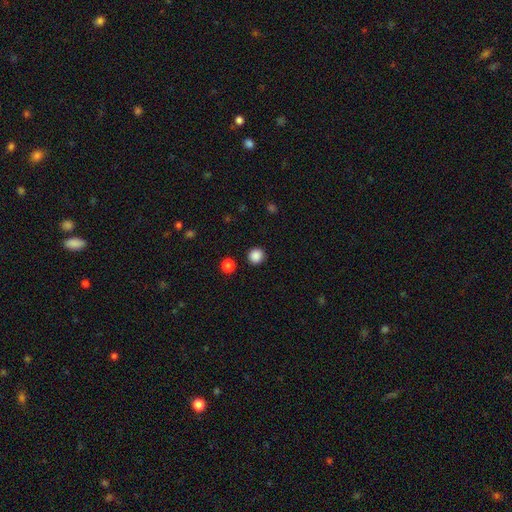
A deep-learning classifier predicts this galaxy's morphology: Q: Smooth or featured?
A: smooth (87%); runner-up: star or artifact (10%)
Q: How rounded?
A: round (93%); runner-up: in between (6%)
Q: Merging?
A: none (91%); runner-up: minor disturbance (5%)